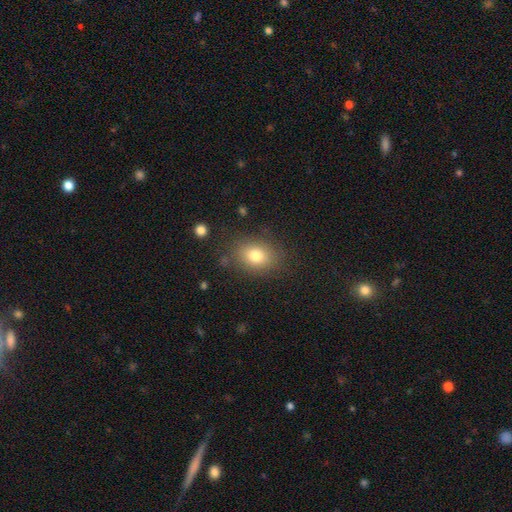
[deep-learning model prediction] Smooth or featured: smooth — 79% (star or artifact — 11%)
How rounded: in between — 69% (round — 29%)
Merging: none — 80% (minor disturbance — 13%)